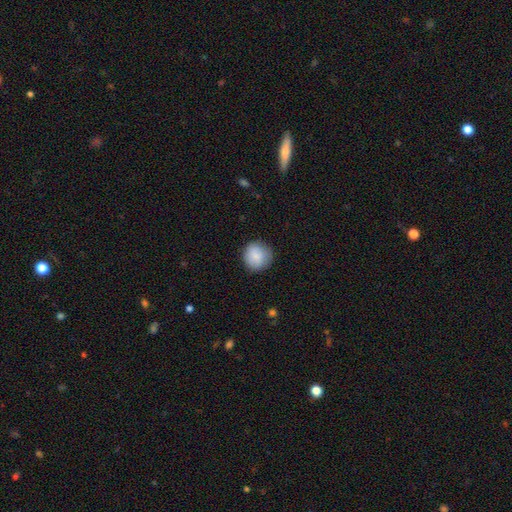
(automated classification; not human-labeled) smooth 87%, star or artifact 7%, featured or disk 6%. Down the decision tree: how rounded — round (91%); merging — none (84%).